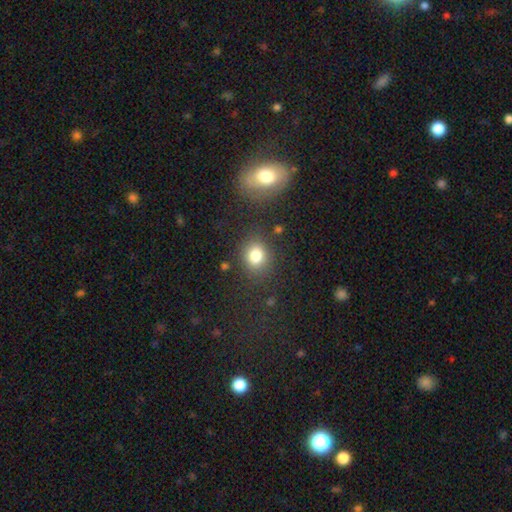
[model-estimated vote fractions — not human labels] Overall: smooth (80%). How rounded: round (66%; in between 33%). Merging: none (79%).